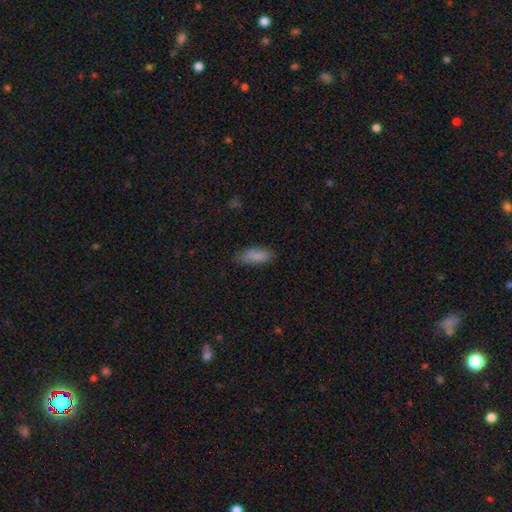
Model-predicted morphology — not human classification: smooth 84%, star or artifact 8%, featured or disk 8%. Down the decision tree: how rounded — in between (77%); merging — none (73%).